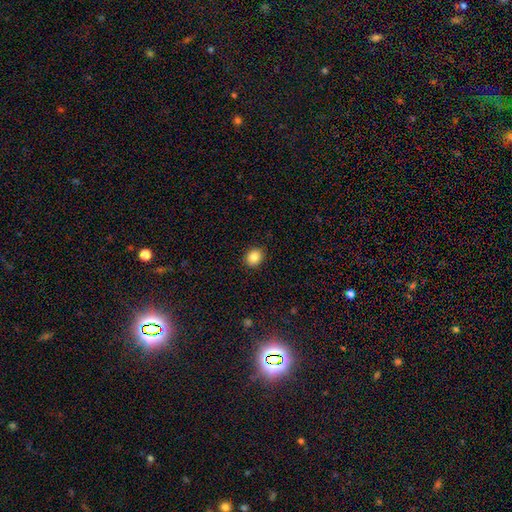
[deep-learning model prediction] Overall: smooth (87%). How rounded: round (64%; in between 35%). Merging: none (90%).